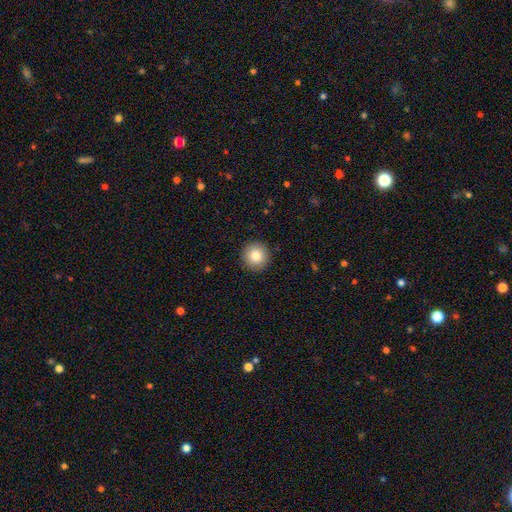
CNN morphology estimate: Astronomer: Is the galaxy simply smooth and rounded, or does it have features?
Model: smooth — 83%.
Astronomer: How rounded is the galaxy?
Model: round — 95%.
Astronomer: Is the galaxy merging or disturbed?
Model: none — 92%.